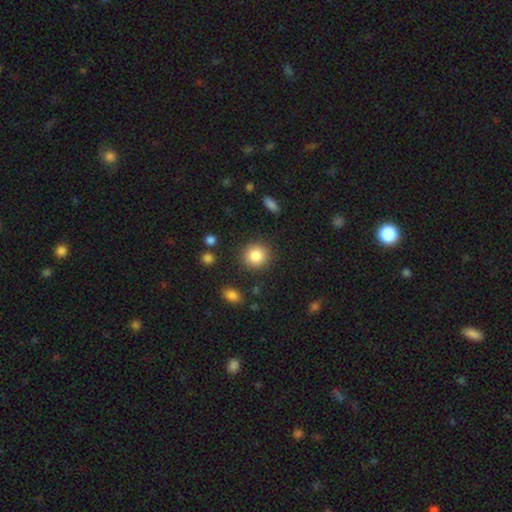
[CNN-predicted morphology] smooth 85%, star or artifact 9%, featured or disk 6%. Down the decision tree: how rounded — round (90%); merging — none (88%).